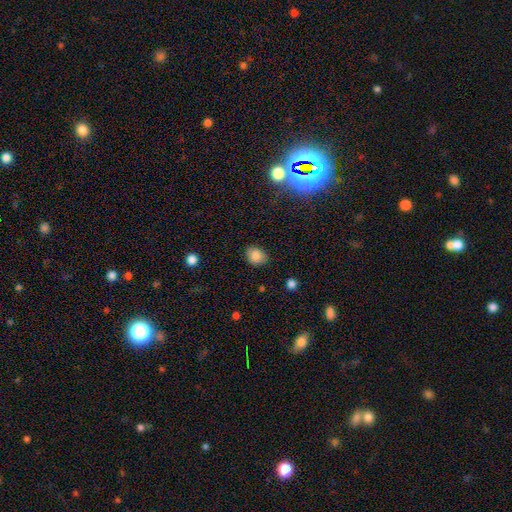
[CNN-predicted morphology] smooth_or_featured: smooth (p=0.85) [alt: star or artifact p=0.10]
how_rounded: in between (p=0.51) [alt: round p=0.48]
merging: none (p=0.84) [alt: minor disturbance p=0.12]